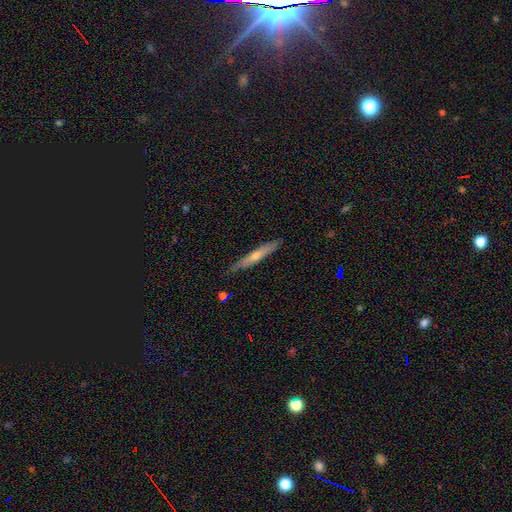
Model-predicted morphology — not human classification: Smooth or featured?
  - featured or disk: 53% *
  - smooth: 41%
  - star or artifact: 6%
Edge-on disk?
  - yes: 93% *
  - no: 7%
Merging?
  - none: 84% *
  - minor disturbance: 13%
  - major disturbance: 2%
  - merger: 1%